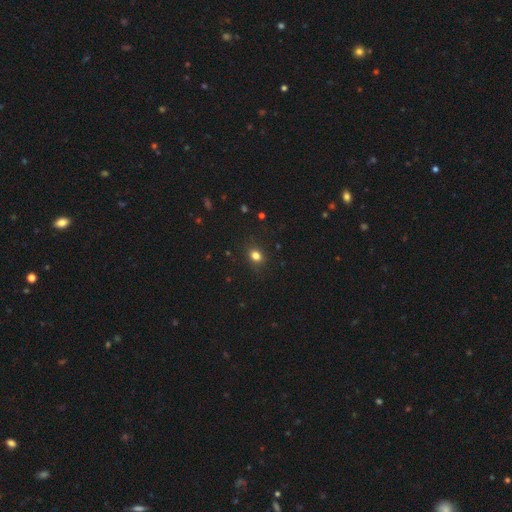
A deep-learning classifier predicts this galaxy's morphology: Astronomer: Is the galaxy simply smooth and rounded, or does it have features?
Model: smooth — 81%.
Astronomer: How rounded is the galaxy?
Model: round — 54% (runner-up: in between, 45%).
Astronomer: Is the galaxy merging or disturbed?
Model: none — 87%.